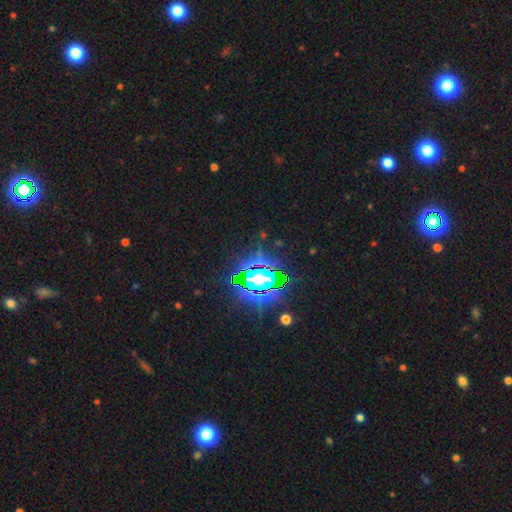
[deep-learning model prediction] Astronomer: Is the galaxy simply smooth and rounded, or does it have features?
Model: star or artifact — 84%.